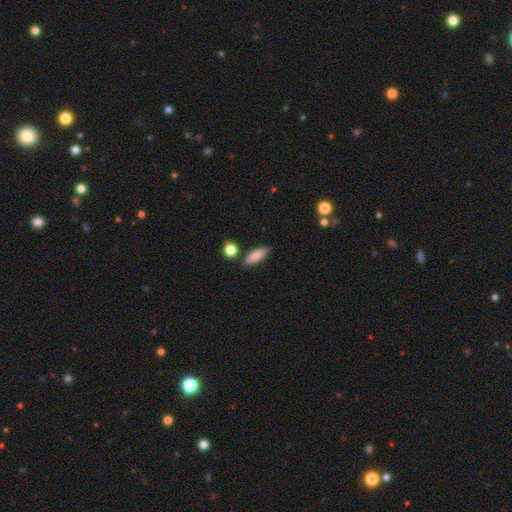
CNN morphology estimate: A smooth galaxy with no disk features (85%) that is in between round and cigar-shaped (62%). Merging: none (81%).